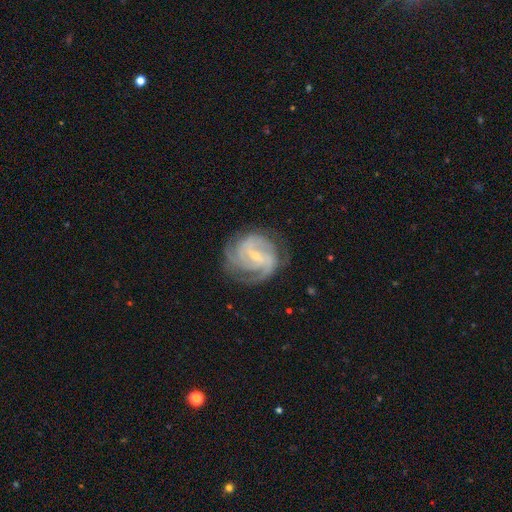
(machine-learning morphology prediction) This appears to be a featured or disk galaxy (89%) with a weak bar (50%), 3 (35%) tight (56%) spiral arms (97%) and a small central bulge (70%). Merging: none (74%).